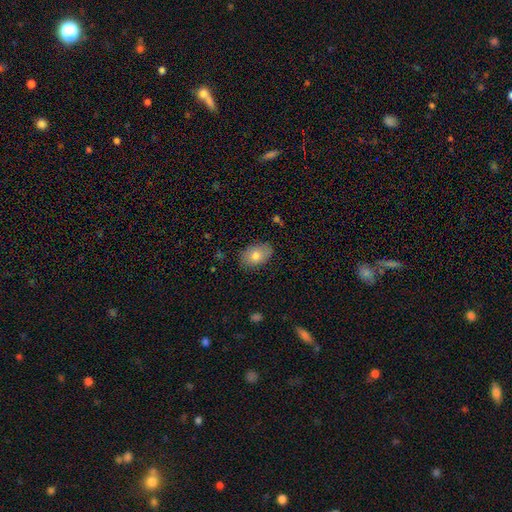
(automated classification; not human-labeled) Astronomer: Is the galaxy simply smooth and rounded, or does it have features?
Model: smooth — 76%.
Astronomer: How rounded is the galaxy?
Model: in between — 85%.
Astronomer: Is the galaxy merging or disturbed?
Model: none — 83%.